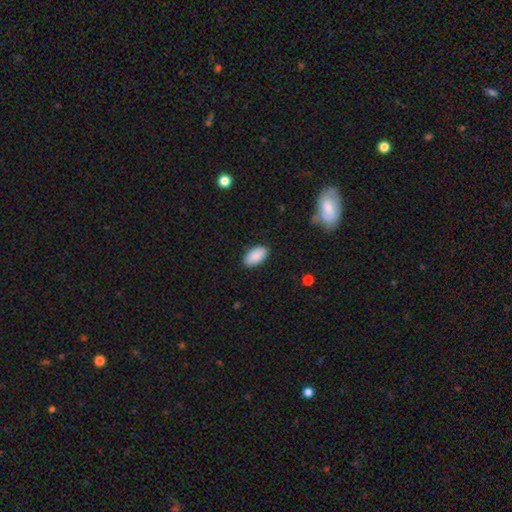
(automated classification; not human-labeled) Overall: smooth (91%). How rounded: in between (95%). Merging: none (89%).